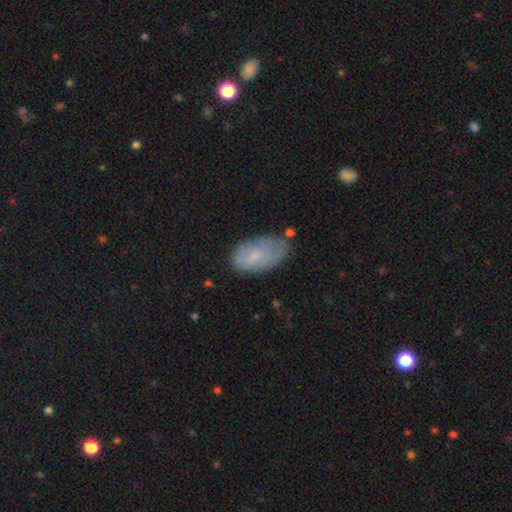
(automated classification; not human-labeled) smooth 63%, featured or disk 29%, star or artifact 8%. Down the decision tree: how rounded — in between (94%); merging — none (56%).